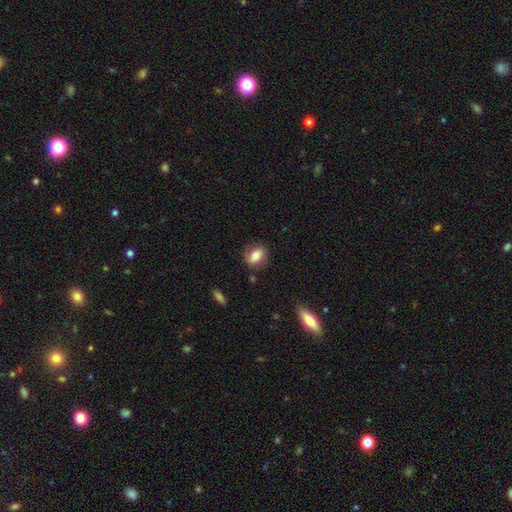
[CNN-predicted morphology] Smooth or featured: smooth — 76% (featured or disk — 16%)
How rounded: in between — 69% (round — 28%)
Merging: none — 80% (minor disturbance — 14%)